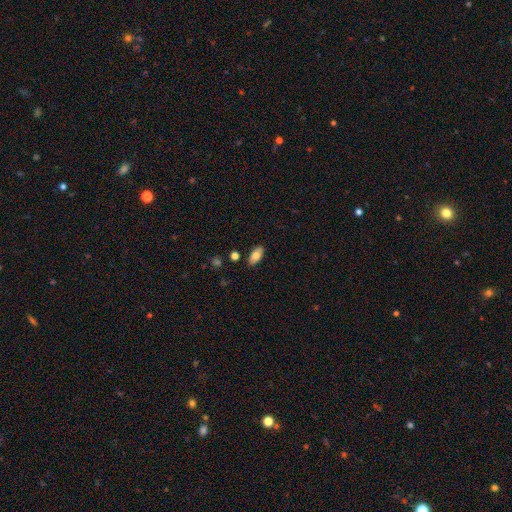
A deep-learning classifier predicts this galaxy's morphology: Smooth or featured? smooth (75%)
How rounded? in between (91%)
Merging? none (86%)